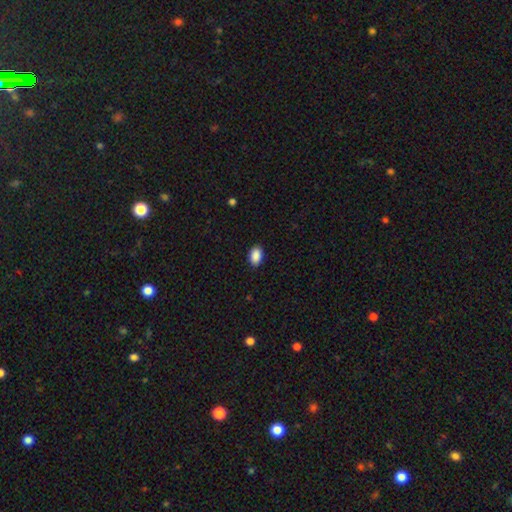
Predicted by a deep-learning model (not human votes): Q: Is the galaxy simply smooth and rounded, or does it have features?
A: smooth — 90%.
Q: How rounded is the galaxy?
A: in between — 88%.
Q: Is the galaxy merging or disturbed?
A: none — 89%.